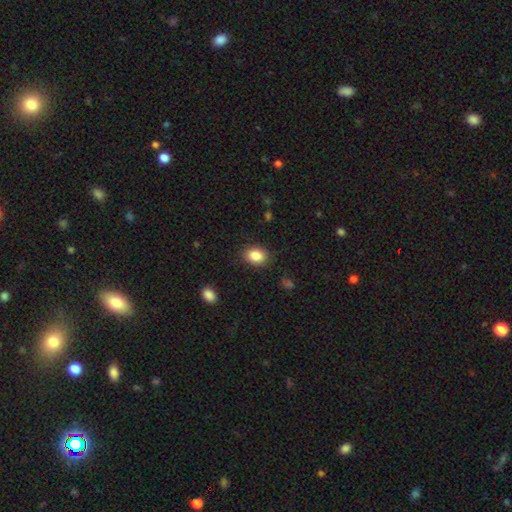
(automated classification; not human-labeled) Smooth or featured? smooth (87%)
How rounded? in between (65%)
Merging? none (86%)